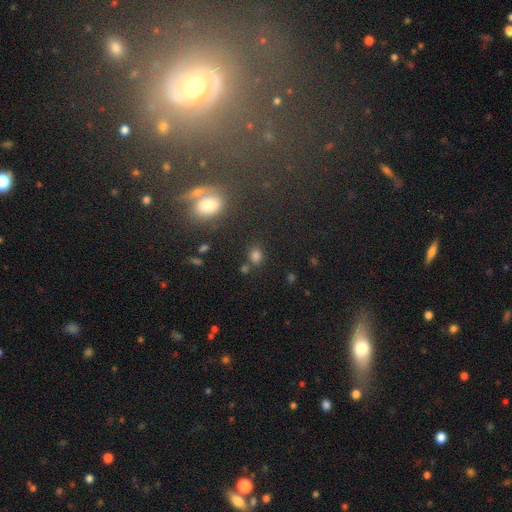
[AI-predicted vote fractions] The model was most divided on "how rounded": round: 63%, in between: 35%, cigar-shaped: 2%. More confident: smooth or featured — smooth (75%); merging — none (73%).